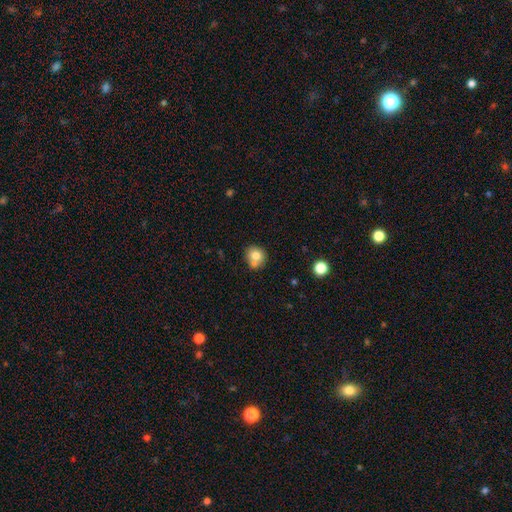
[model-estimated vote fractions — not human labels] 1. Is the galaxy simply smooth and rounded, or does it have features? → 76% smooth, 14% featured or disk, 10% star or artifact.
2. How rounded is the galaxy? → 80% round, 19% in between, 1% cigar-shaped.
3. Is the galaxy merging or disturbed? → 57% none, 27% merger, 13% minor disturbance, 4% major disturbance.